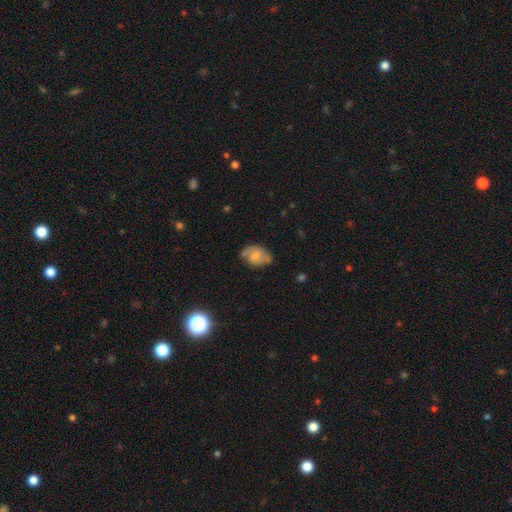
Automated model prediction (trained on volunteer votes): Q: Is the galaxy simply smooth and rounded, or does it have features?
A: smooth — 52%.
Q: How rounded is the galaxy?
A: in between — 74%.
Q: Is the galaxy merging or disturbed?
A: none — 54%.